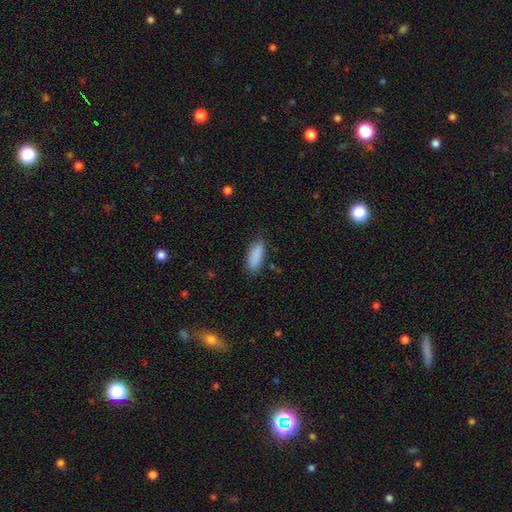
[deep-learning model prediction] Q: Smooth or featured?
A: smooth (89%); runner-up: star or artifact (7%)
Q: How rounded?
A: in between (80%); runner-up: cigar-shaped (18%)
Q: Merging?
A: none (83%); runner-up: minor disturbance (13%)